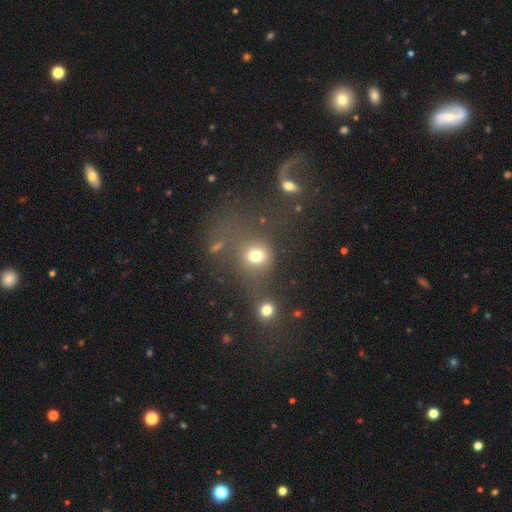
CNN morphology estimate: Smooth or featured? Predicted: smooth (p=0.73). How rounded? Predicted: round (p=0.76). Merging? Predicted: none (p=0.48).